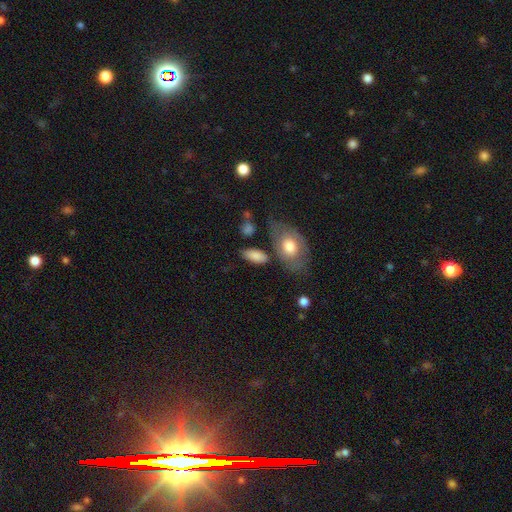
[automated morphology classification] The model was most divided on "merging": none: 69%, minor disturbance: 17%, merger: 8%, major disturbance: 6%. More confident: how rounded — in between (90%); smooth or featured — smooth (83%).